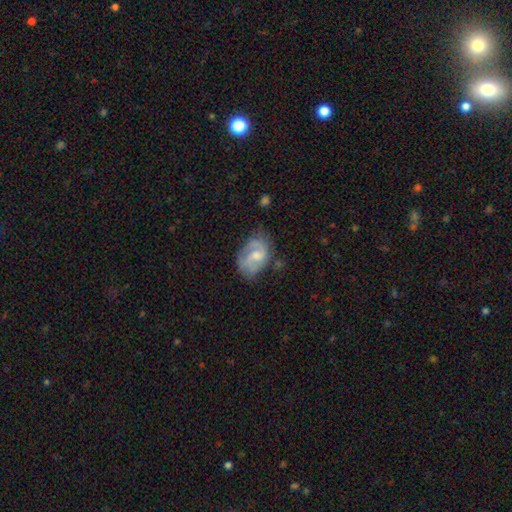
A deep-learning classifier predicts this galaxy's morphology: smooth_or_featured: featured or disk (p=0.60) [alt: smooth p=0.33]
disk_edge_on: no (p=0.97) [alt: yes p=0.03]
bar: weak (p=0.46) [tied with: no p=0.46]
has_spiral_arms: yes (p=0.77) [alt: no p=0.23]
bulge_size: moderate (p=0.52) [alt: small p=0.33]
merging: none (p=0.51) [alt: minor disturbance p=0.31]